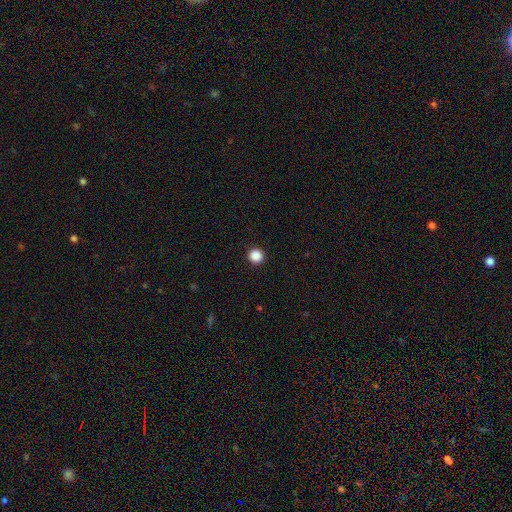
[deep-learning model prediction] Q: Smooth or featured?
A: smooth (88%); runner-up: star or artifact (10%)
Q: How rounded?
A: round (95%); runner-up: in between (4%)
Q: Merging?
A: none (93%); runner-up: minor disturbance (4%)